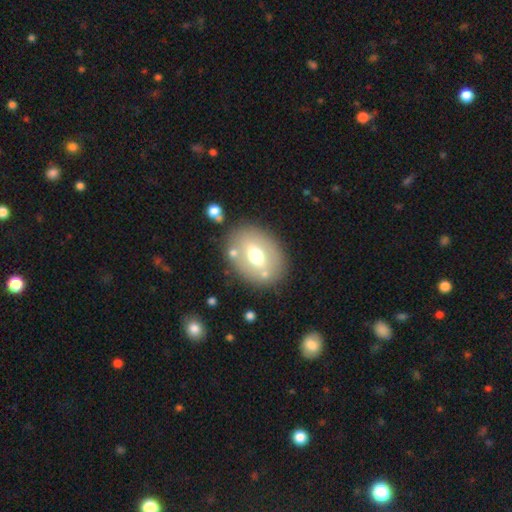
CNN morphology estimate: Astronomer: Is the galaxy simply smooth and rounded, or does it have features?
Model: smooth — 55% (runner-up: featured or disk, 36%).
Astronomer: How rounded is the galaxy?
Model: in between — 69%.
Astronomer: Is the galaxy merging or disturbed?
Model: none — 77%.